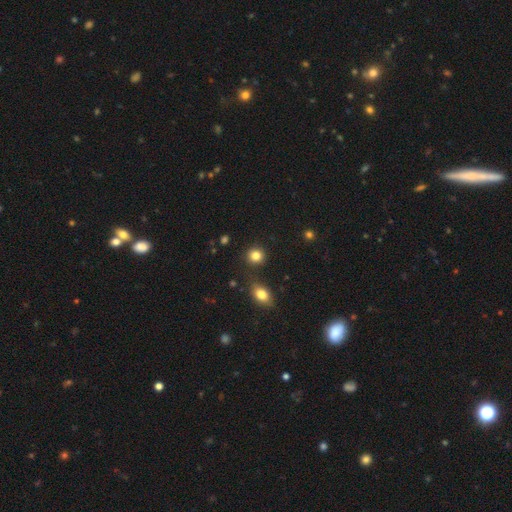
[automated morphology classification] This is clearly a smooth galaxy (84%). How rounded: clearly round (88%). Merging: clearly none (86%).